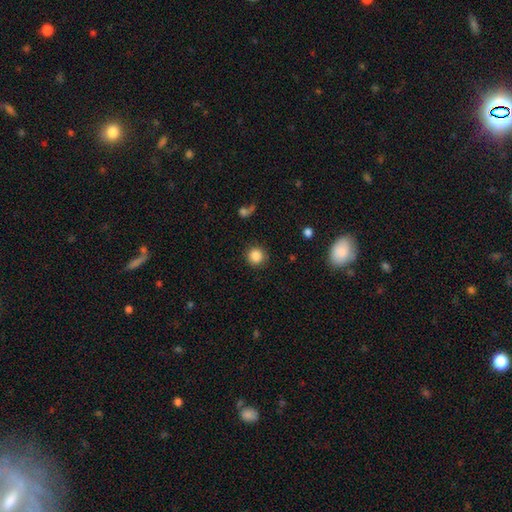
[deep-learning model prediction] Smooth or featured? smooth (86%)
How rounded? round (93%)
Merging? none (88%)